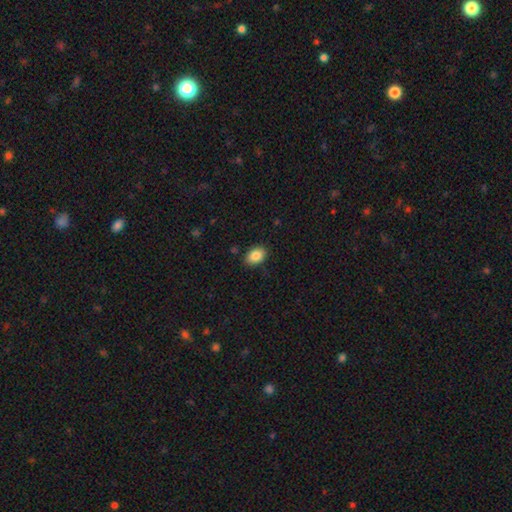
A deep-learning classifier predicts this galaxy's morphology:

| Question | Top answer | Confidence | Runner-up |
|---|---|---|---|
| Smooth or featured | smooth | 87% | star or artifact (8%) |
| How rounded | in between | 79% | round (20%) |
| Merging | none | 86% | minor disturbance (10%) |